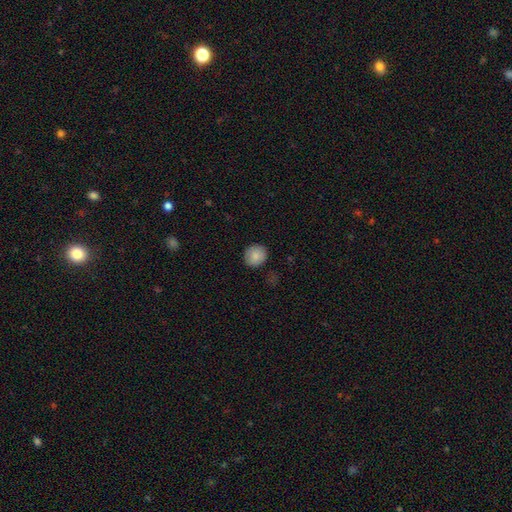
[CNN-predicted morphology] Smooth or featured? smooth (85%)
How rounded? round (87%)
Merging? none (89%)